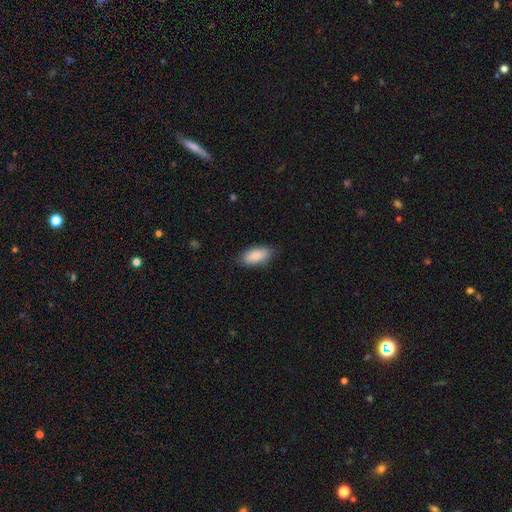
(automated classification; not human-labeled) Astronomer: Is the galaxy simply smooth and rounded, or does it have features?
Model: smooth — 89%.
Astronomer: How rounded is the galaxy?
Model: in between — 88%.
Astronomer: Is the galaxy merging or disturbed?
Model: none — 85%.